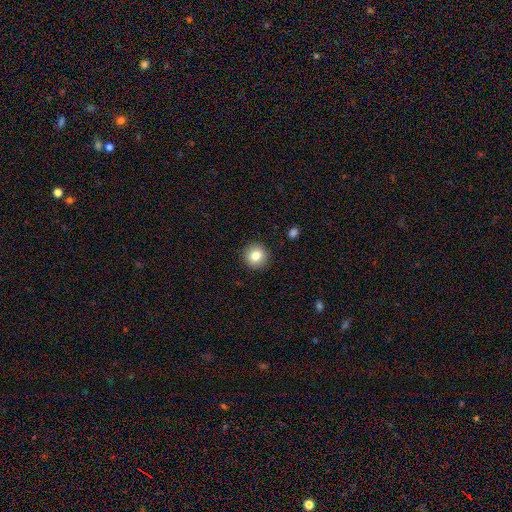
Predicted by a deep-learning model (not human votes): smooth 82%, star or artifact 9%, featured or disk 8%. Down the decision tree: how rounded — round (92%); merging — none (92%).